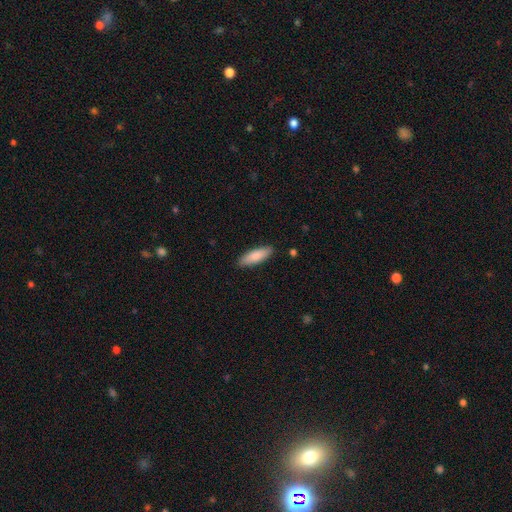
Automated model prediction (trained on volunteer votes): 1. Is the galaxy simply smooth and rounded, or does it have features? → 85% smooth, 10% featured or disk, 5% star or artifact.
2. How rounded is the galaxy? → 58% in between, 40% cigar-shaped, 2% round.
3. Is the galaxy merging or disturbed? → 87% none, 10% minor disturbance, 2% major disturbance, 1% merger.